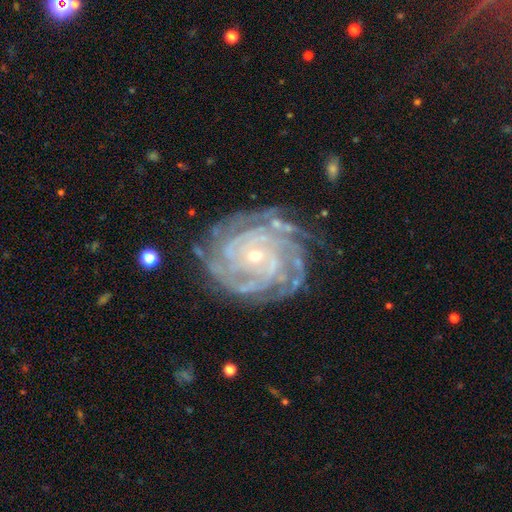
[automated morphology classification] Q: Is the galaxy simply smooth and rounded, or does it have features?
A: featured or disk — 91%.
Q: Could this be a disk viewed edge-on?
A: no — 97%.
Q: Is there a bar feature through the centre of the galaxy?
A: no — 73%.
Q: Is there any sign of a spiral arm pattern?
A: yes — 98%.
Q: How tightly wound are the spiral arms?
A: tight — 82%.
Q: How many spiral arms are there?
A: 4 — 27%.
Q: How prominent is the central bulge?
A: small — 77%.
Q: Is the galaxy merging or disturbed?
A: none — 75%.